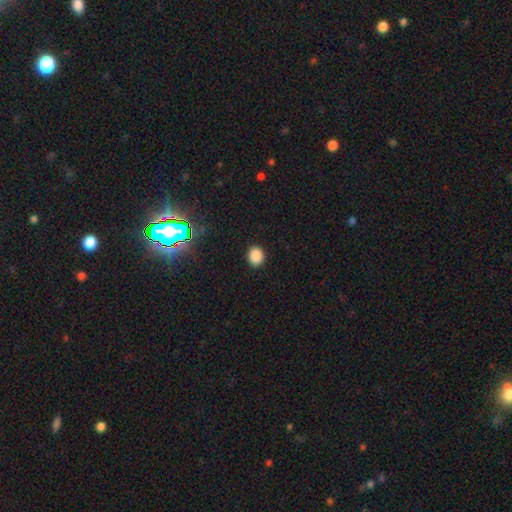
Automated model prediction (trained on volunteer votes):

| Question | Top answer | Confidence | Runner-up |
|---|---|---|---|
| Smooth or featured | smooth | 86% | star or artifact (11%) |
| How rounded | round | 58% | in between (41%) |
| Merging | none | 90% | minor disturbance (7%) |